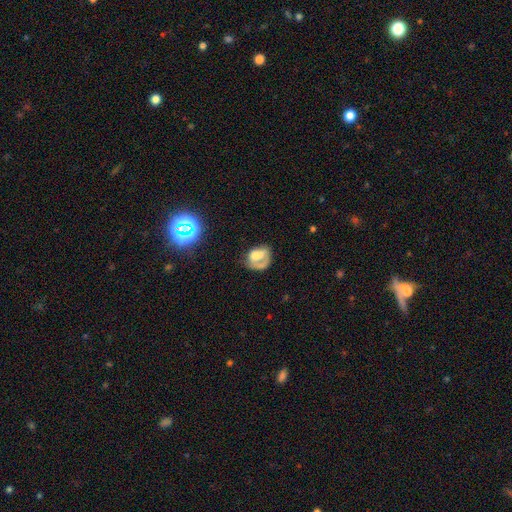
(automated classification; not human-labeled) Smooth or featured: smooth — 46% (featured or disk — 43%)
Merging: none — 36% (major disturbance — 33%)